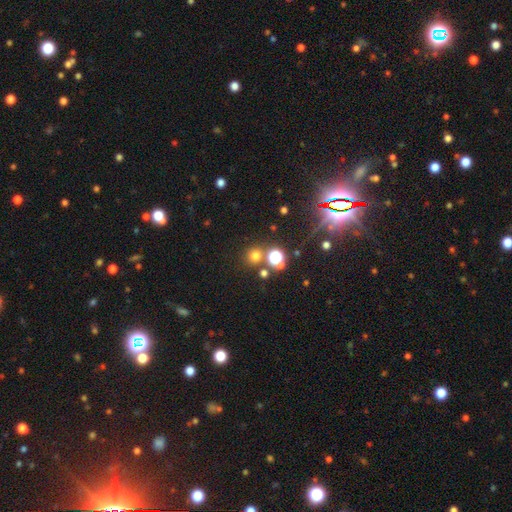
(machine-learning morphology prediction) This appears to be a smooth galaxy with no disk features (66%) that is round (91%). Merging: none (79%).